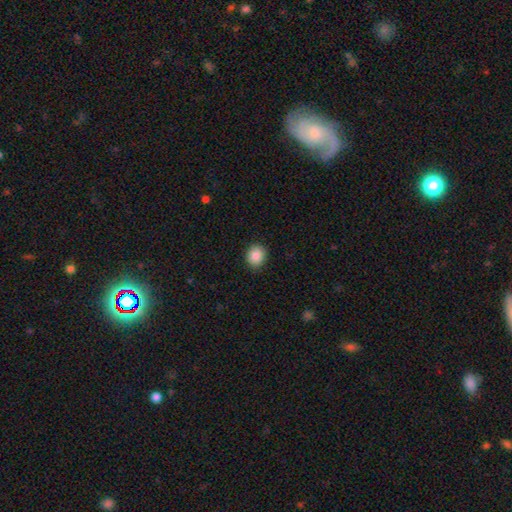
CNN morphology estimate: Smooth or featured: smooth — 87% (star or artifact — 8%)
How rounded: round — 67% (in between — 32%)
Merging: none — 89% (minor disturbance — 8%)